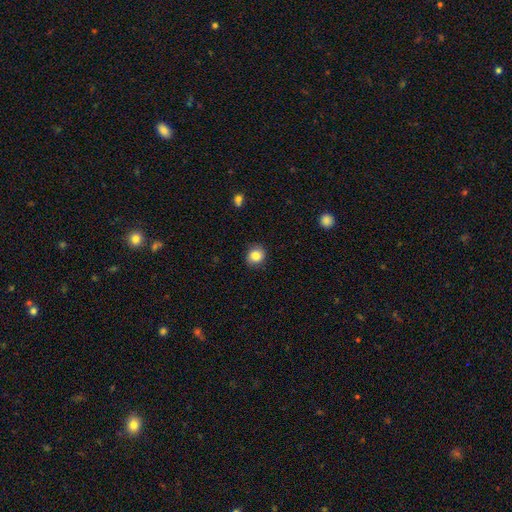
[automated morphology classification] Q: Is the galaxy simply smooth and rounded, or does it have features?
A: smooth — 84%.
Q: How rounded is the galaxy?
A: round — 82%.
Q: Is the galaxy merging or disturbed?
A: none — 87%.